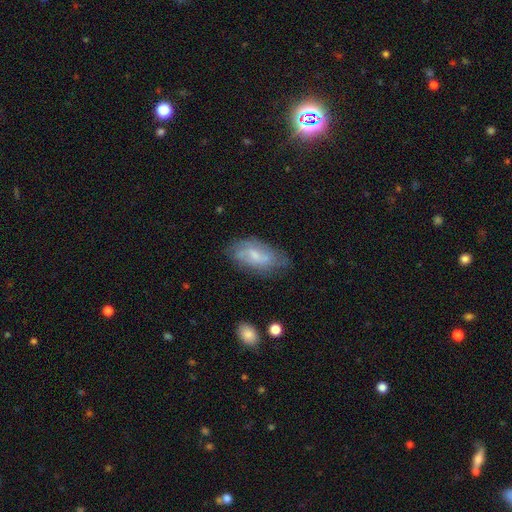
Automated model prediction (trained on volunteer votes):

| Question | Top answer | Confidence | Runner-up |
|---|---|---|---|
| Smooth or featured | featured or disk | 49% | smooth (44%) |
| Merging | none | 61% | minor disturbance (27%) |